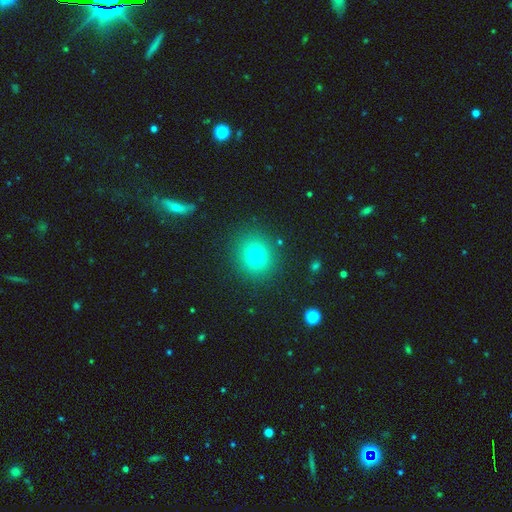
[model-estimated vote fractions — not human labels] Smooth or featured? smooth (75%)
How rounded? round (86%)
Merging? none (89%)